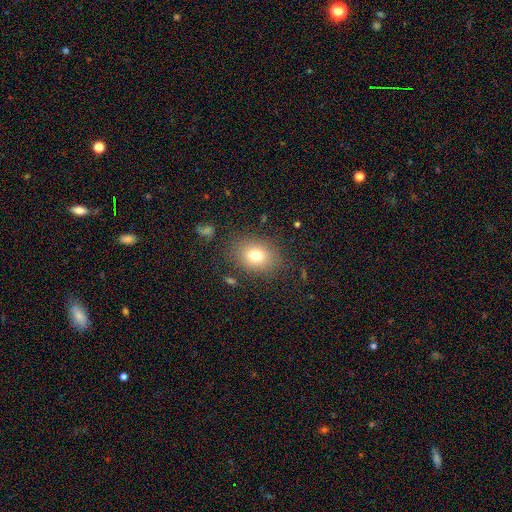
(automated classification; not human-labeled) A smooth galaxy with no disk features (76%) that is in between round and cigar-shaped (55%). Merging: none (82%).